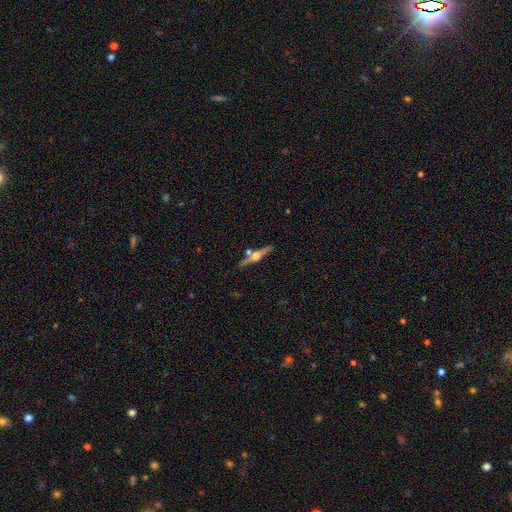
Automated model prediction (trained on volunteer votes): The model was most divided on "smooth or featured": featured or disk: 77%, smooth: 17%, star or artifact: 7%. More confident: edge-on disk — yes (97%); edge-on bulge — rounded (94%); merging — none (80%).